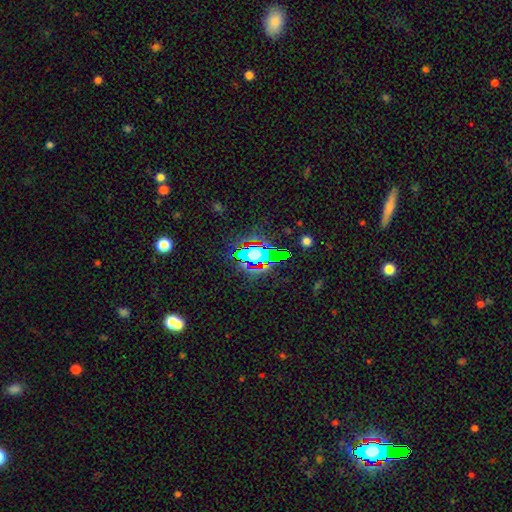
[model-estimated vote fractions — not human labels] Overall: star or artifact (49%; smooth 34%).